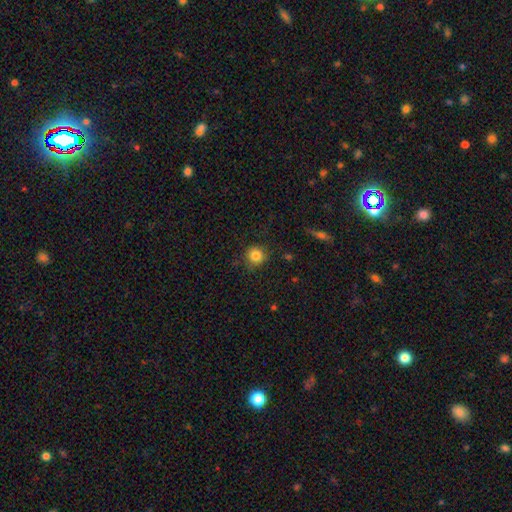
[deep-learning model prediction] Smooth or featured? smooth (83%)
How rounded? round (91%)
Merging? none (85%)